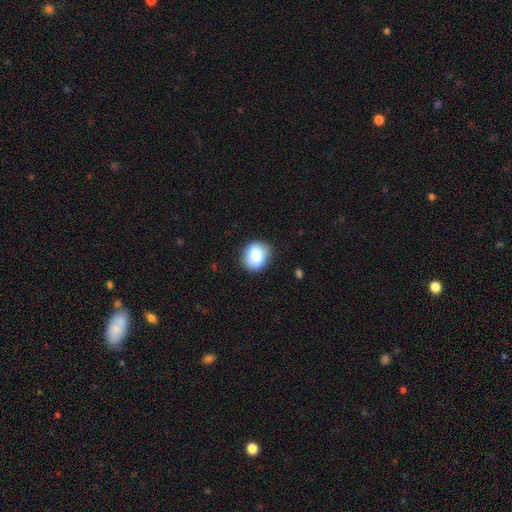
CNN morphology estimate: Overall: smooth (83%). How rounded: round (65%; in between 34%). Merging: none (84%).